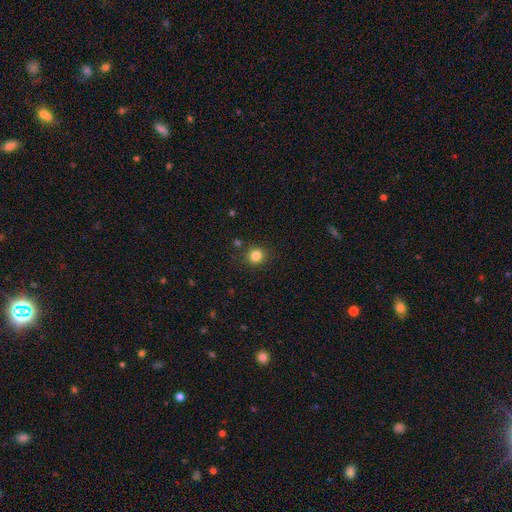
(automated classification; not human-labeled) A smooth galaxy with no disk features (83%) that is round (88%).

Vote fractions:
- Smooth or featured? smooth: 83% / star or artifact: 12% / featured or disk: 5%
- How rounded? round: 88% / in between: 11% / cigar-shaped: 1%
- Merging? none: 86% / minor disturbance: 9% / major disturbance: 3% / merger: 3%